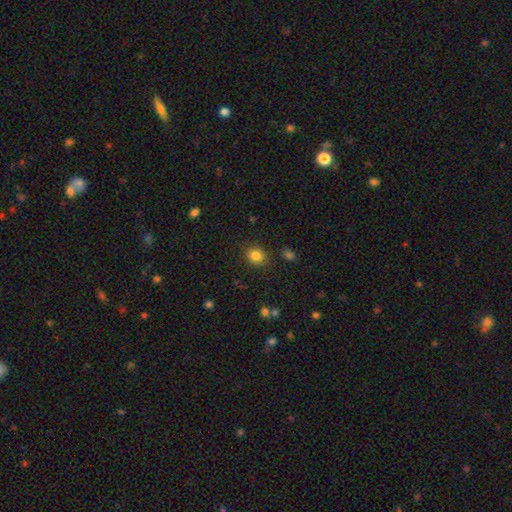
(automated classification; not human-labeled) This appears to be a smooth galaxy with no disk features (84%) that is round (64%). Merging: none (85%).